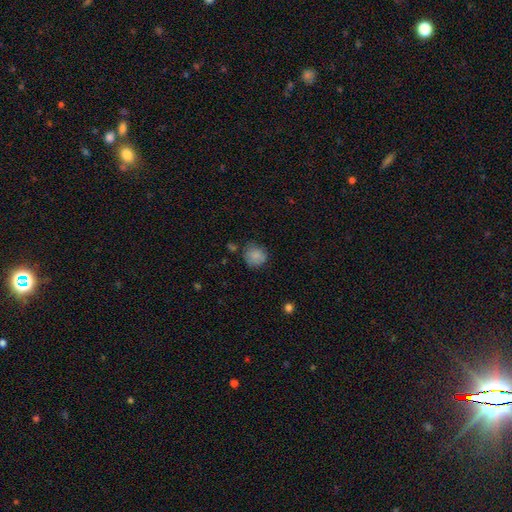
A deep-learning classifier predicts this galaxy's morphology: This appears to be a smooth galaxy with no disk features (84%) that is round (86%). Merging: none (70%).